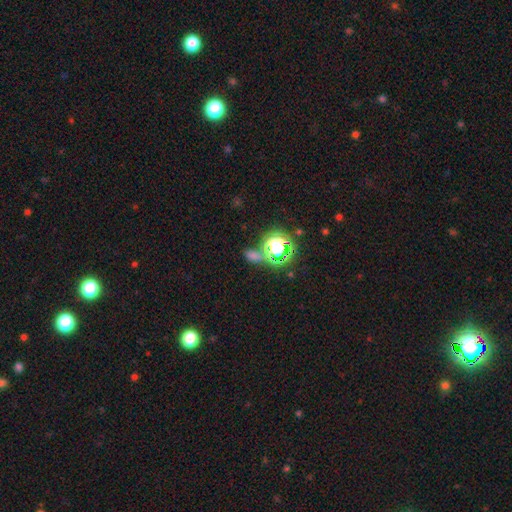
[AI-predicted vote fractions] Smooth or featured?
  - star or artifact: 62% *
  - smooth: 29%
  - featured or disk: 9%